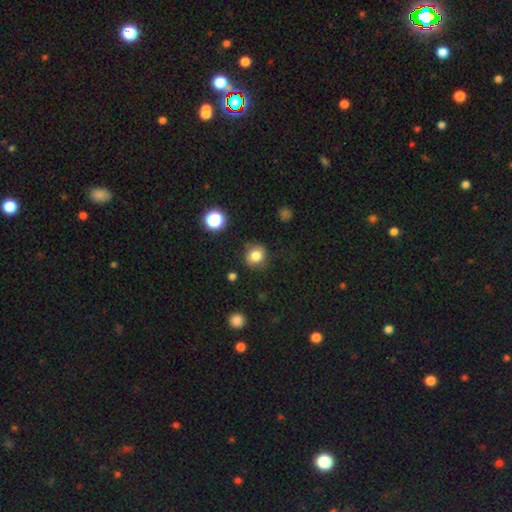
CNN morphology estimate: Smooth or featured?
  - smooth: 82% *
  - star or artifact: 12%
  - featured or disk: 7%
How rounded?
  - round: 79% *
  - in between: 20%
  - cigar-shaped: 1%
Merging?
  - none: 80% *
  - minor disturbance: 14%
  - major disturbance: 4%
  - merger: 2%